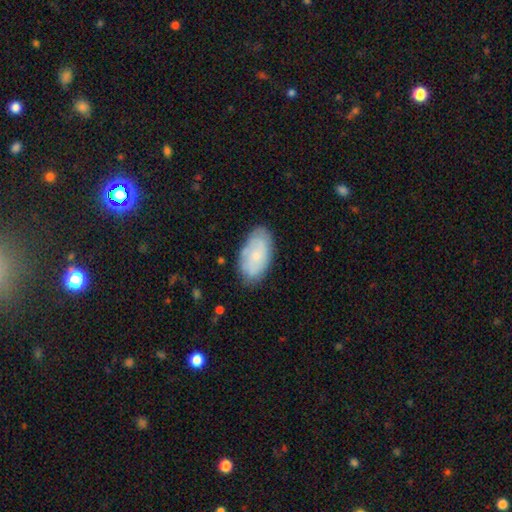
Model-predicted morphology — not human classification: smooth 55%, featured or disk 38%, star or artifact 7%. Down the decision tree: how rounded — in between (94%); merging — none (76%).